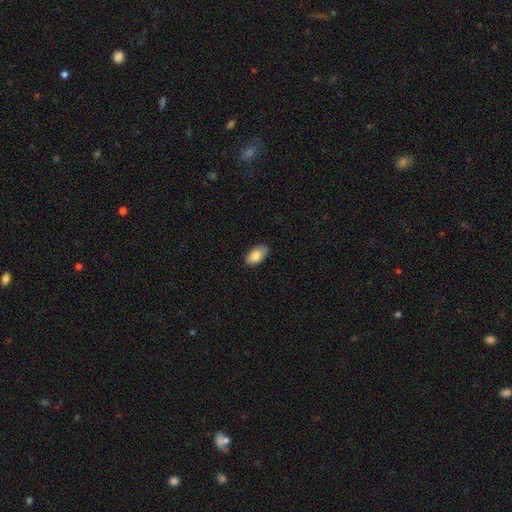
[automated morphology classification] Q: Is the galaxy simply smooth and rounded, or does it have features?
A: smooth — 84%.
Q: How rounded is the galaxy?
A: in between — 94%.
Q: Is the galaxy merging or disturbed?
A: none — 85%.